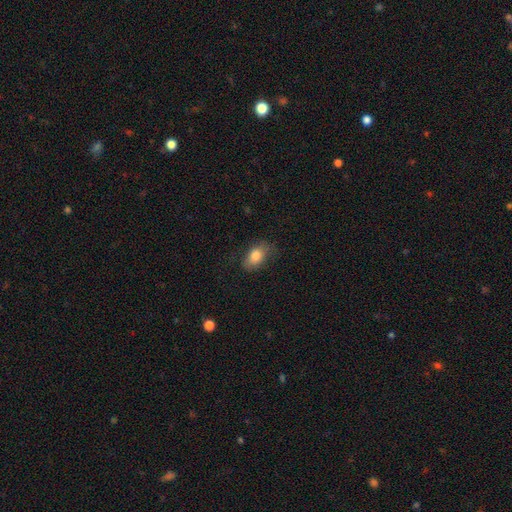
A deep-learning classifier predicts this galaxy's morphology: Q: Smooth or featured?
A: smooth (80%); runner-up: featured or disk (12%)
Q: How rounded?
A: in between (87%); runner-up: round (11%)
Q: Merging?
A: none (72%); runner-up: minor disturbance (20%)